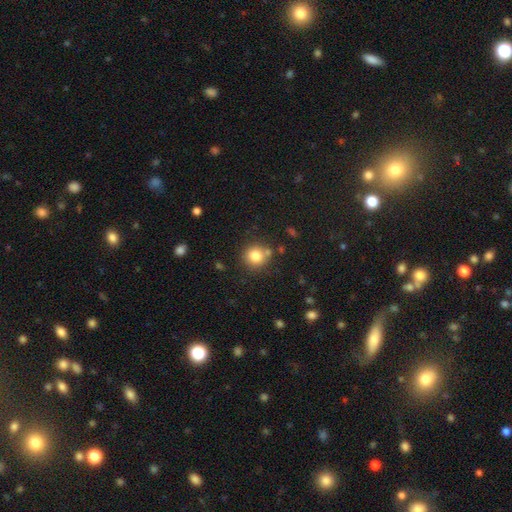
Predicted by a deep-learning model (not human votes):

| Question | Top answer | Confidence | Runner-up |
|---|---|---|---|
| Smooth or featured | smooth | 82% | star or artifact (11%) |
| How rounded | round | 91% | in between (8%) |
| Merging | none | 76% | minor disturbance (11%) |